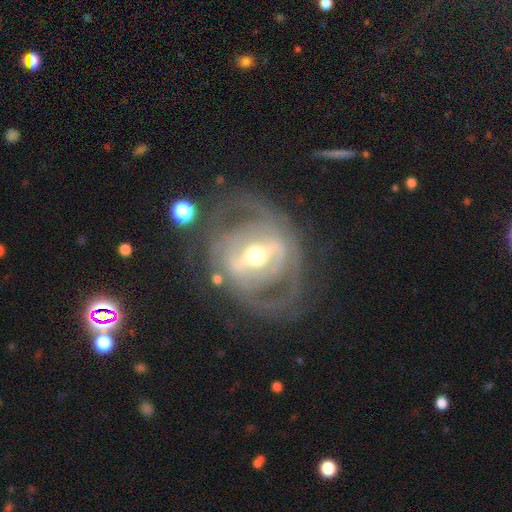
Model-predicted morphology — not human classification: smooth-or-featured: featured or disk: 85% | smooth: 9% | star or artifact: 6%
  disk-edge-on: no: 94% | yes: 6%
    bar: strong: 63% | weak: 26% | no: 11%
    has-spiral-arms: yes: 71% | no: 29%
      spiral-winding: tight: 48% | medium: 36% | loose: 16%
      spiral-arm-count: 2: 48% | can't tell: 31% | 3: 10% | 1: 5% | 4: 4% | more than 4: 3%
    bulge-size: moderate: 67% | small: 21% | large: 10% | dominant: 1% | none: 1%
  merging: none: 66% | major disturbance: 16% | minor disturbance: 16% | merger: 3%